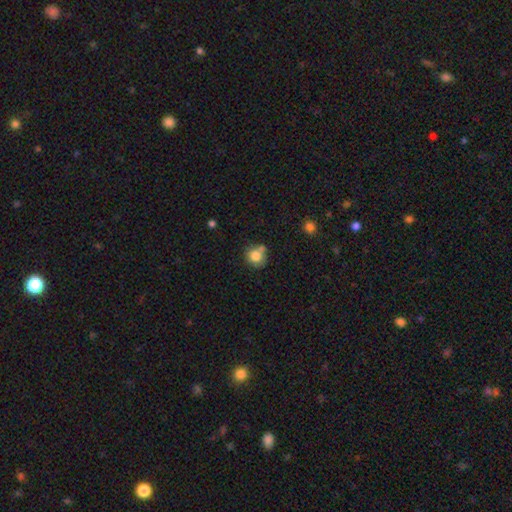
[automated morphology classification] Smooth or featured? smooth (80%)
How rounded? round (85%)
Merging? none (58%)